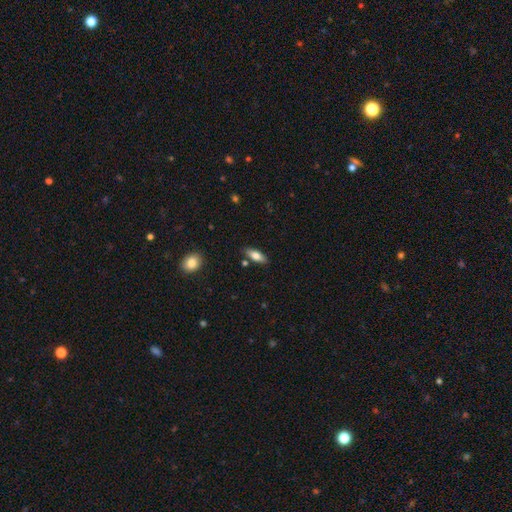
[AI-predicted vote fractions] Smooth or featured? Predicted: smooth (p=0.70). How rounded? Predicted: in between (p=0.67). Merging? Predicted: none (p=0.83).